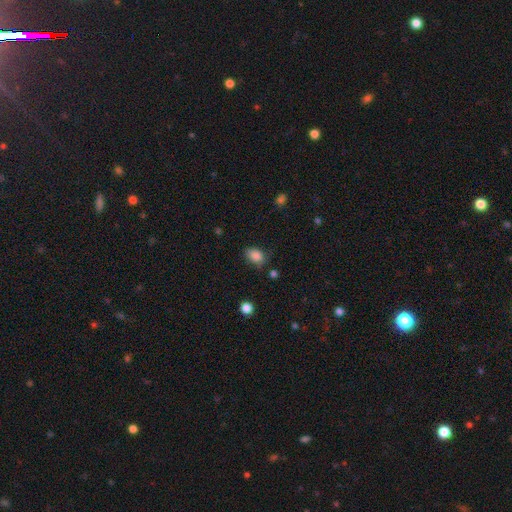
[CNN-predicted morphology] Smooth or featured: smooth — 85% (star or artifact — 10%)
How rounded: in between — 70% (round — 29%)
Merging: none — 67% (minor disturbance — 24%)